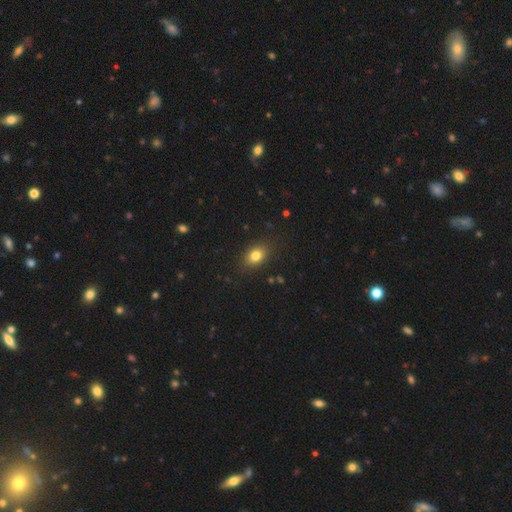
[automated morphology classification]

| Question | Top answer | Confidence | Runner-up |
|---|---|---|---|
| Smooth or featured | smooth | 81% | star or artifact (11%) |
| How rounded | in between | 69% | round (29%) |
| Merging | none | 85% | minor disturbance (11%) |